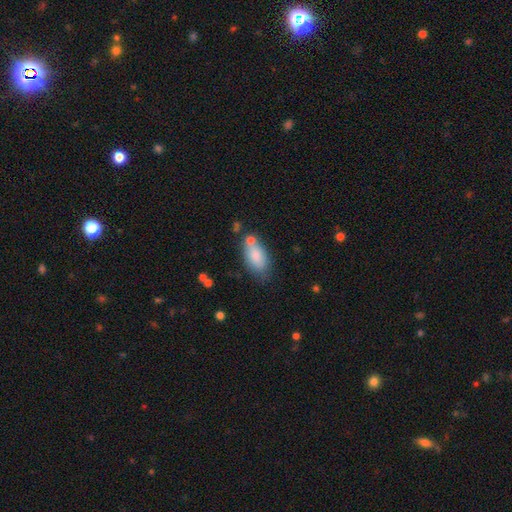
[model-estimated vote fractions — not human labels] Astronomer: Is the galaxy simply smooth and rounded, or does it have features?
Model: smooth — 84%.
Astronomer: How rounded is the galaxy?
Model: in between — 90%.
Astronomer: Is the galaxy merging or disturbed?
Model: none — 60%.